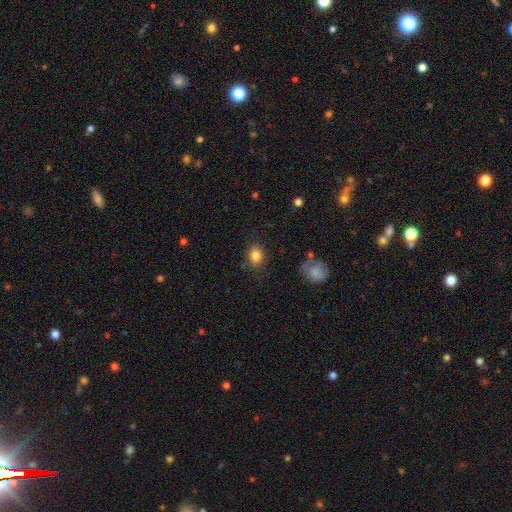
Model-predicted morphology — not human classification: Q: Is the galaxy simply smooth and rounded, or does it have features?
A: smooth — 84%.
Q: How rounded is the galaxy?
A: in between — 58%.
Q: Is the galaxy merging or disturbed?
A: none — 81%.